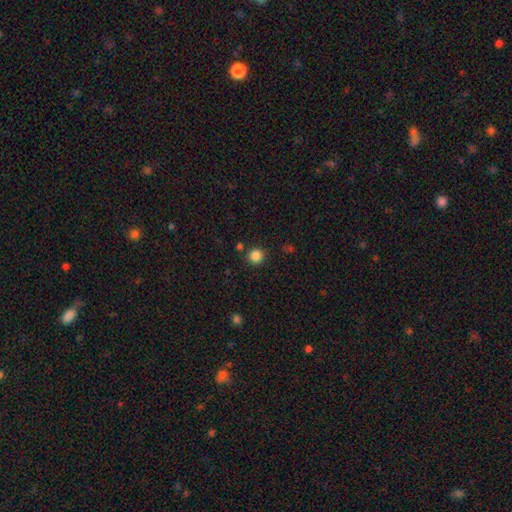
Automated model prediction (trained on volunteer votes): smooth-or-featured: smooth: 85% | star or artifact: 12% | featured or disk: 3%
  how-rounded: round: 94% | in between: 5% | cigar-shaped: 1%
  merging: none: 88% | minor disturbance: 6% | merger: 4% | major disturbance: 2%